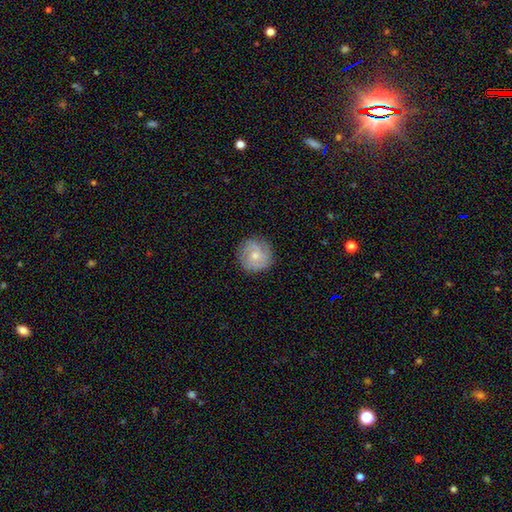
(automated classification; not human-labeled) This is possibly a smooth galaxy (48%). Merging: clearly none (84%).